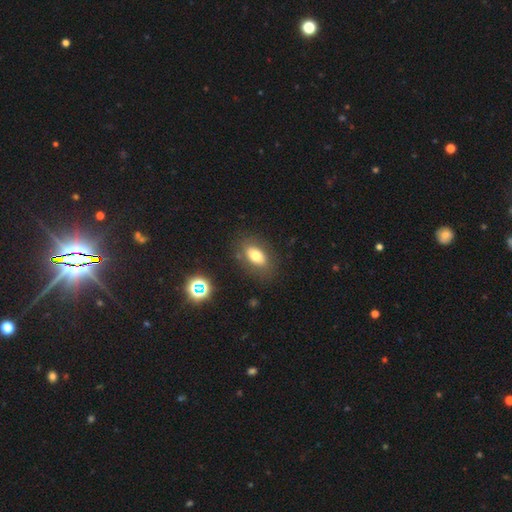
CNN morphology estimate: Smooth or featured? Predicted: smooth (p=0.73). How rounded? Predicted: in between (p=0.87). Merging? Predicted: none (p=0.82).